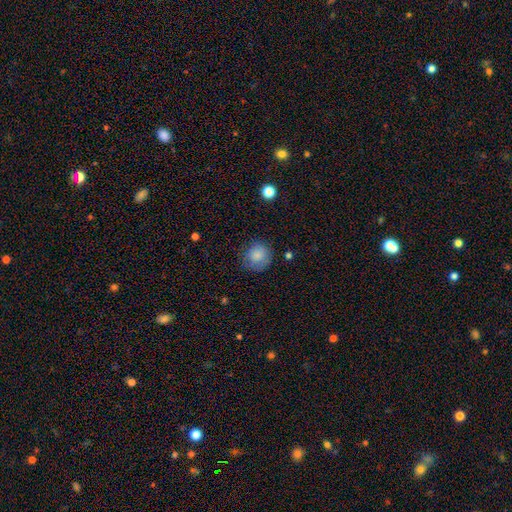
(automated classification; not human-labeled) Smooth or featured? Predicted: smooth (p=0.77). How rounded? Predicted: round (p=0.87). Merging? Predicted: none (p=0.75).